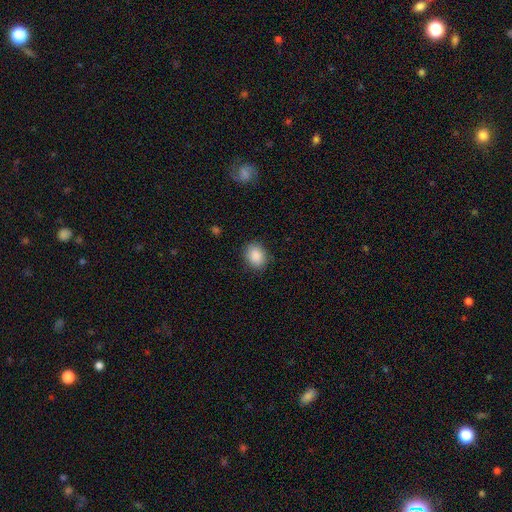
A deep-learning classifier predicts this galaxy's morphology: Smooth or featured? smooth (88%)
How rounded? in between (50%)
Merging? none (87%)